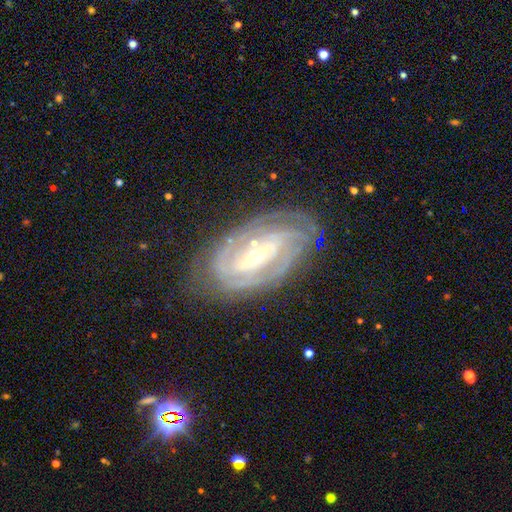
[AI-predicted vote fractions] Smooth or featured: featured or disk — 88% (smooth — 6%)
Edge-on disk: no — 94% (yes — 6%)
Bar: strong — 49% (weak — 33%)
Spiral arms: yes — 96% (no — 4%)
Spiral winding: tight — 74% (medium — 22%)
Spiral arm count: 2 — 28% (can't tell — 27%)
Bulge size: small — 58% (moderate — 39%)
Merging: none — 77% (minor disturbance — 16%)